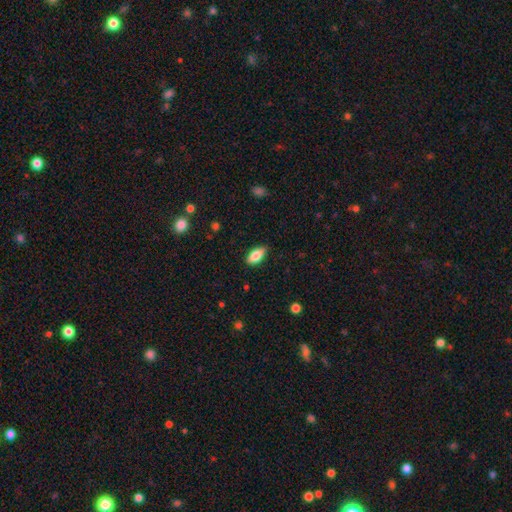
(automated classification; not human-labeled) A smooth galaxy with no disk features (80%) that is in between round and cigar-shaped (88%). Merging: none (85%).